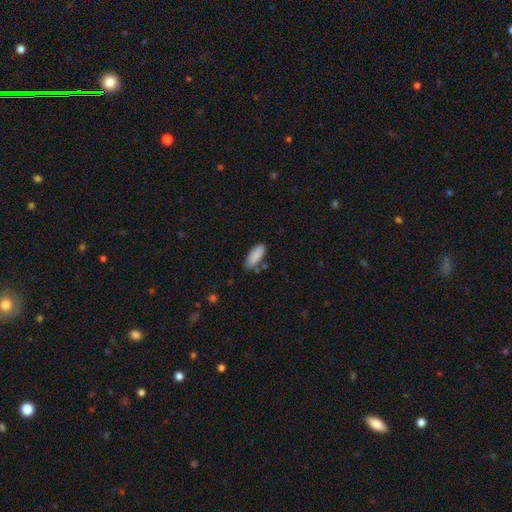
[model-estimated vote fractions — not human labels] The model was most divided on "merging": none: 74%, minor disturbance: 17%, merger: 6%, major disturbance: 4%. More confident: smooth or featured — smooth (89%); how rounded — in between (80%).